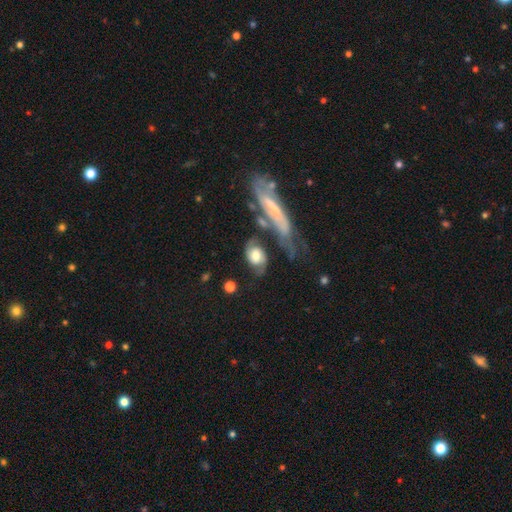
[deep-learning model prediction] A featured or disk galaxy (62%) with no bar (64%), spiral arms (87%) and a moderate central bulge (43%). Merging: none (39%).